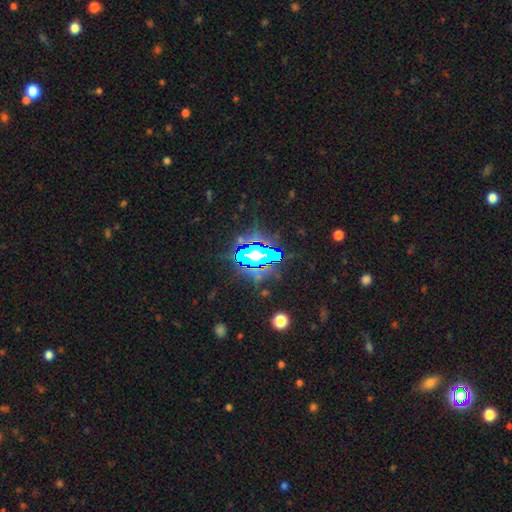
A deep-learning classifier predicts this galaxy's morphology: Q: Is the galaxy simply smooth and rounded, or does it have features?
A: star or artifact — 72%.